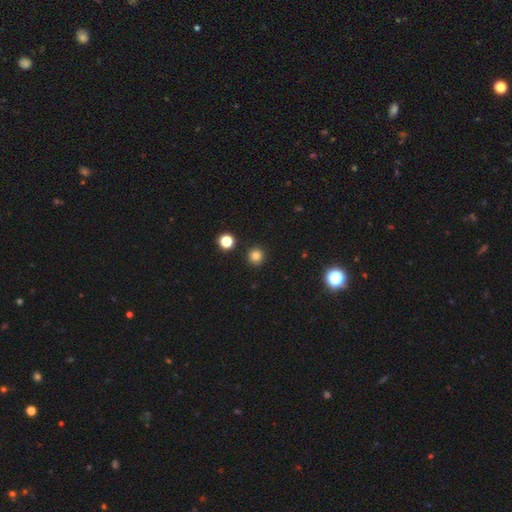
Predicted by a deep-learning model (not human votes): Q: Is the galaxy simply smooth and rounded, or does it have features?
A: smooth — 80%.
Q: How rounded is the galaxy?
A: round — 94%.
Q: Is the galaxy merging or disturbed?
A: none — 91%.